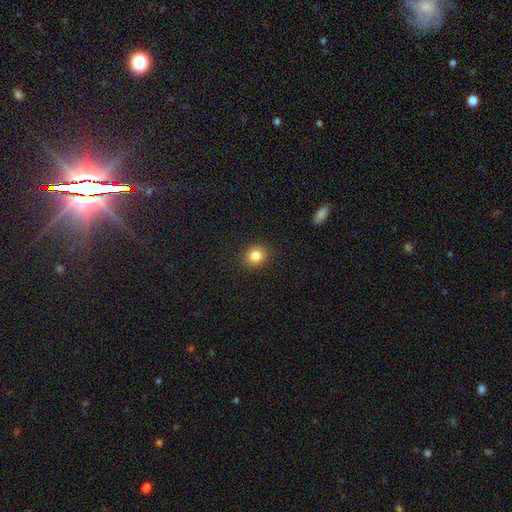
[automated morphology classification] type=smooth (83%); roundness=round (81%); merging=none (90%).